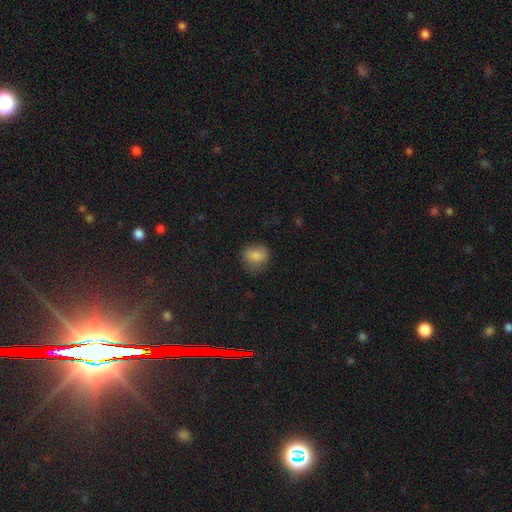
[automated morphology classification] smooth 81%, star or artifact 10%, featured or disk 9%. Down the decision tree: how rounded — round (68%); merging — none (75%).